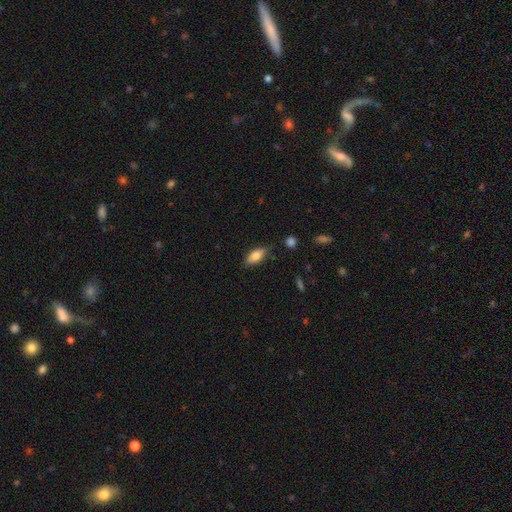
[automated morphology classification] This is likely a smooth galaxy (79%). How rounded: clearly in between (83%). Merging: likely none (80%).